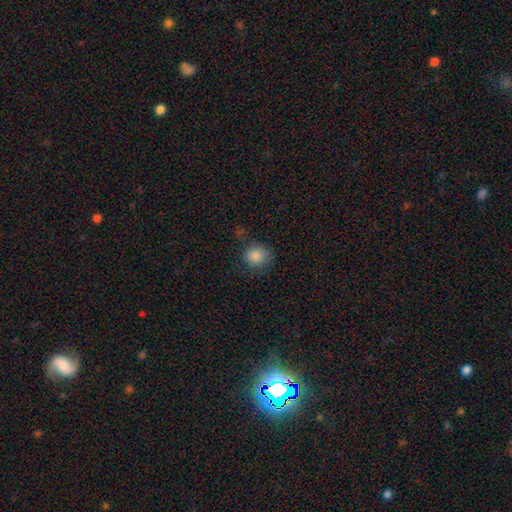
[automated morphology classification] Smooth or featured? smooth (86%)
How rounded? round (84%)
Merging? none (71%)